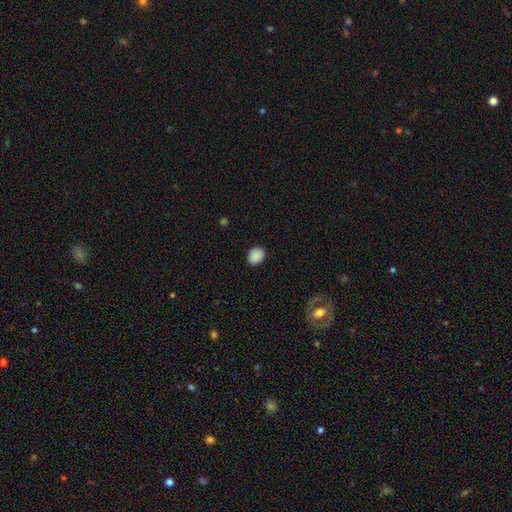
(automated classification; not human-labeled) smooth 89%, star or artifact 8%, featured or disk 3%. Down the decision tree: how rounded — round (50%); merging — none (87%).